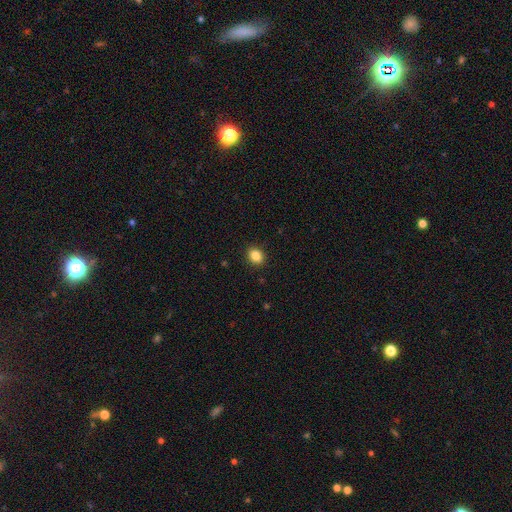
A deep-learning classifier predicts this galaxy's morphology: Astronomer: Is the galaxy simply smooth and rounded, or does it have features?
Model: smooth — 86%.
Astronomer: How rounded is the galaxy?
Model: in between — 50% (runner-up: round, 49%).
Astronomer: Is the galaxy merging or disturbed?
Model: none — 90%.